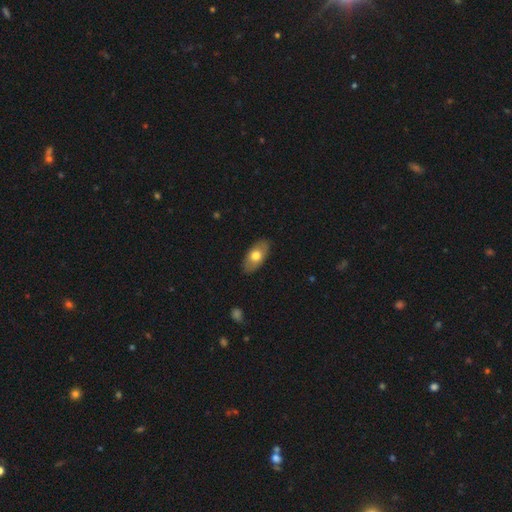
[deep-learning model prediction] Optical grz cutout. It shows a smooth galaxy with no disk features (65%) that is in between round and cigar-shaped (92%). Merging: none (86%).